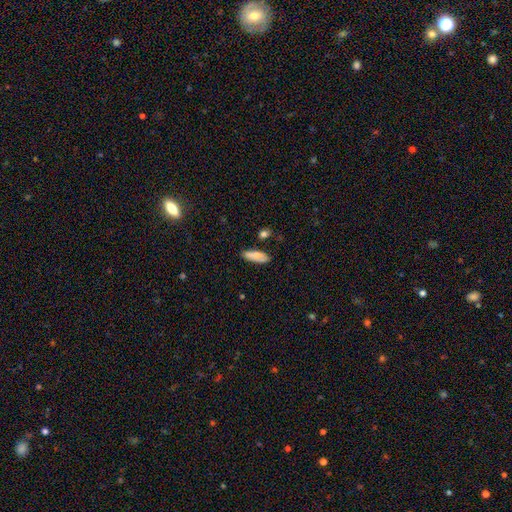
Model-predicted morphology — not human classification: The model was most divided on "how rounded": in between: 65%, cigar-shaped: 33%, round: 2%. More confident: smooth or featured — smooth (81%); merging — none (77%).